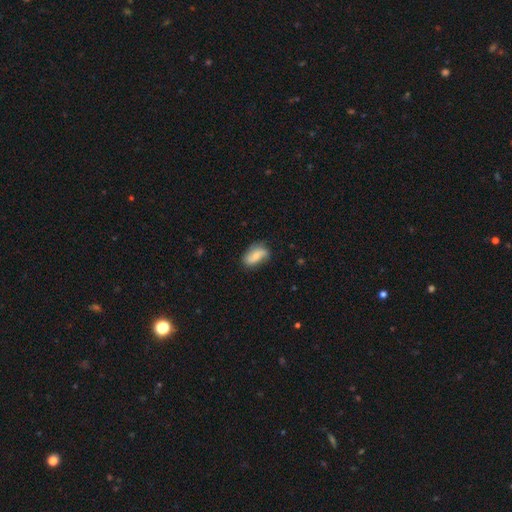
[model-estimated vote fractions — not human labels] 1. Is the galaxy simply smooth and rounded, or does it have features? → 63% smooth, 29% featured or disk, 8% star or artifact.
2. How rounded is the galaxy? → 88% in between, 6% round, 6% cigar-shaped.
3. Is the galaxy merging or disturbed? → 64% none, 27% minor disturbance, 7% major disturbance, 2% merger.